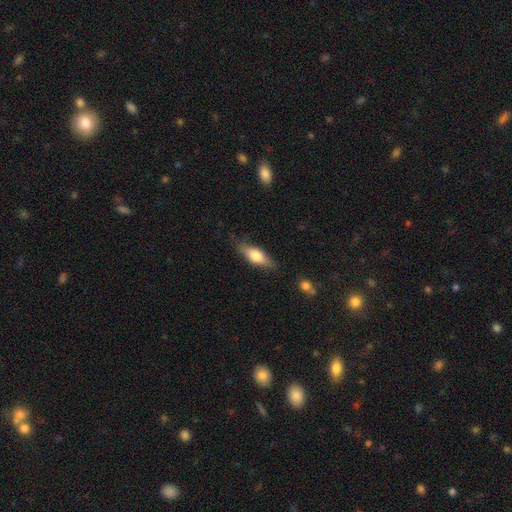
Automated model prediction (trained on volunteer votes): Q: Smooth or featured?
A: smooth (64%); runner-up: featured or disk (30%)
Q: How rounded?
A: in between (63%); runner-up: cigar-shaped (34%)
Q: Merging?
A: none (78%); runner-up: minor disturbance (17%)